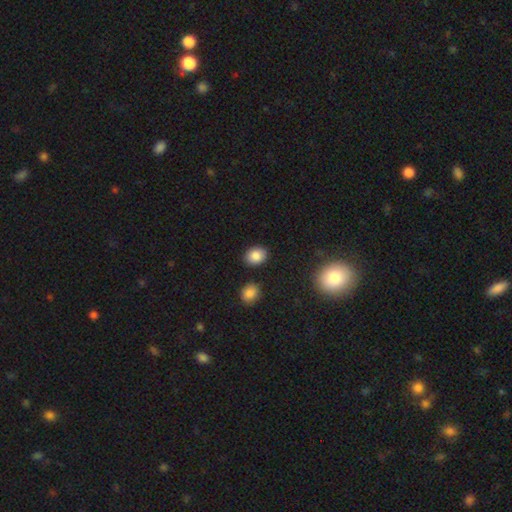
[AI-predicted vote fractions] A smooth galaxy with no disk features (85%) that is in between round and cigar-shaped (62%). Merging: none (86%).